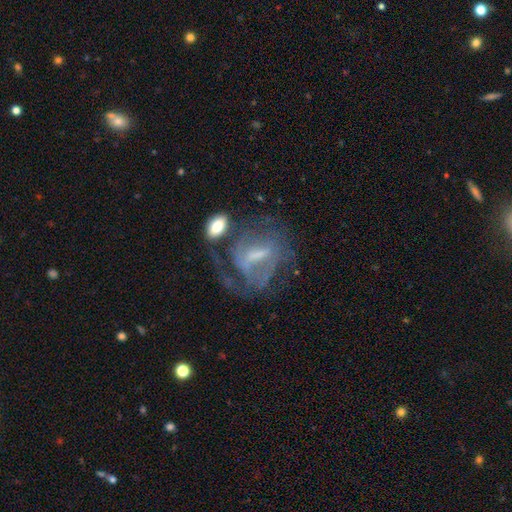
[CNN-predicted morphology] Overall: featured or disk (73%). Edge-on disk: no (94%). Bar: weak (44%; strong 35%). Spiral arms: yes (69%; no 31%). Bulge size: small (37%; moderate 29%). Merging: none (37%; major disturbance 31%).